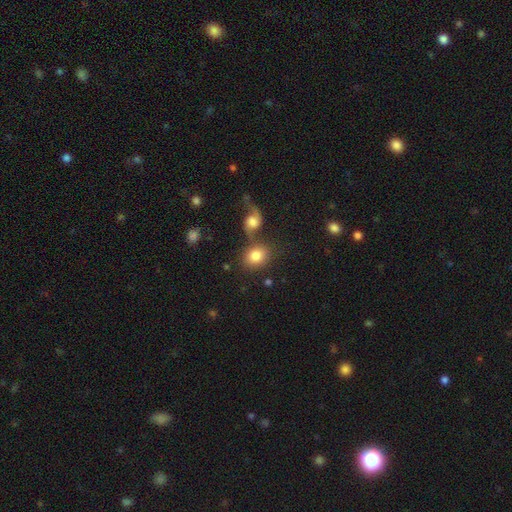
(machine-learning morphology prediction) This appears to be a smooth galaxy with no disk features (79%) that is round (56%). Merging: none (56%).